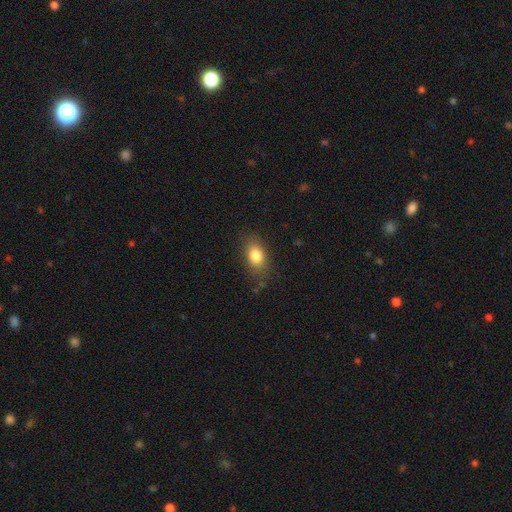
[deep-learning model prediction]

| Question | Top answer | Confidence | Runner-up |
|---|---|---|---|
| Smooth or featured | smooth | 82% | featured or disk (10%) |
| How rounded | in between | 82% | round (14%) |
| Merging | none | 81% | minor disturbance (14%) |